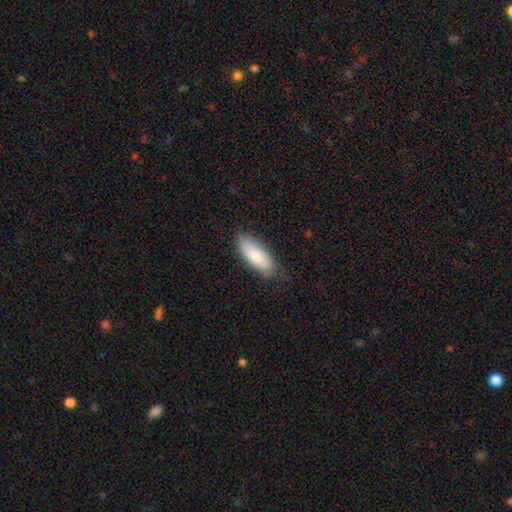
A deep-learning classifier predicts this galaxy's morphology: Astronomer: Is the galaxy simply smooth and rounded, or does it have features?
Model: smooth — 83%.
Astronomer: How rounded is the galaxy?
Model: in between — 74%.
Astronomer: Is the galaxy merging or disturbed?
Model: none — 75%.